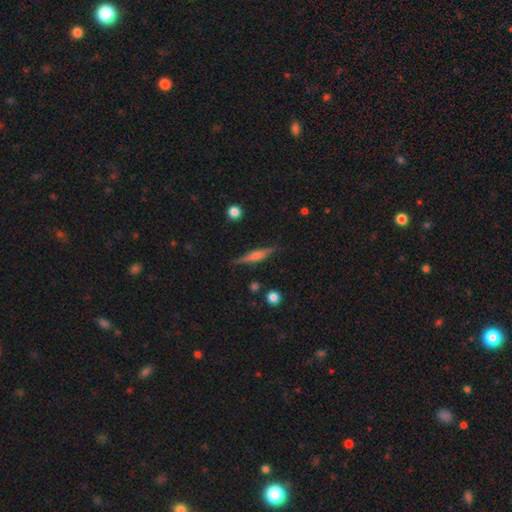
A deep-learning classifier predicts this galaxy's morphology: This is possibly a featured or disk galaxy (59%). It is clearly viewed edge-on (96%). Edge-on bulge: likely rounded (65%). Merging: clearly none (86%).